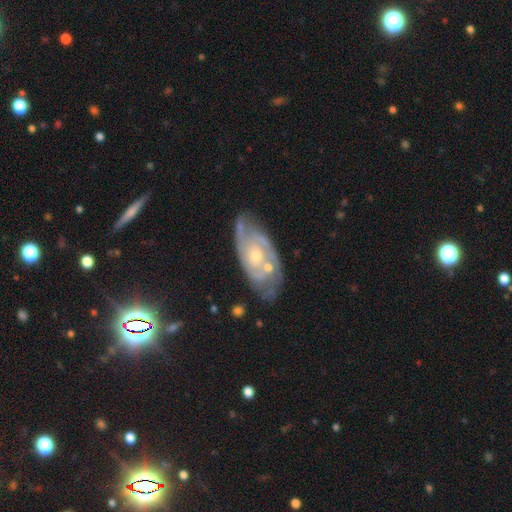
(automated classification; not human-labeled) Q: Smooth or featured?
A: featured or disk (83%); runner-up: smooth (11%)
Q: Edge-on disk?
A: no (94%); runner-up: yes (6%)
Q: Bar?
A: no (71%); runner-up: weak (24%)
Q: Spiral arms?
A: yes (93%); runner-up: no (7%)
Q: Spiral winding?
A: tight (61%); runner-up: medium (32%)
Q: Spiral arm count?
A: 2 (47%); runner-up: can't tell (26%)
Q: Bulge size?
A: small (55%); runner-up: moderate (41%)
Q: Merging?
A: none (65%); runner-up: minor disturbance (22%)